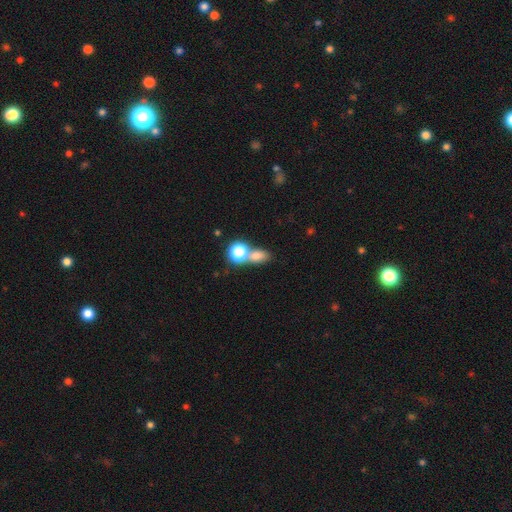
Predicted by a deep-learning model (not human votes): Overall: smooth (70%). How rounded: in between (60%; round 37%). Merging: none (44%; merger 42%).